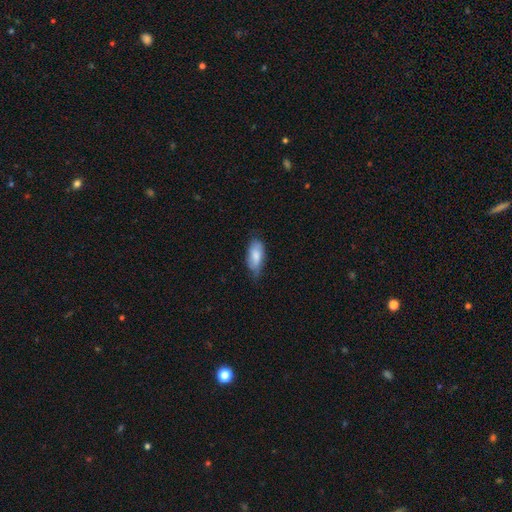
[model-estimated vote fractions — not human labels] Q: Smooth or featured?
A: smooth (76%); runner-up: featured or disk (18%)
Q: How rounded?
A: in between (84%); runner-up: cigar-shaped (13%)
Q: Merging?
A: none (58%); runner-up: minor disturbance (34%)